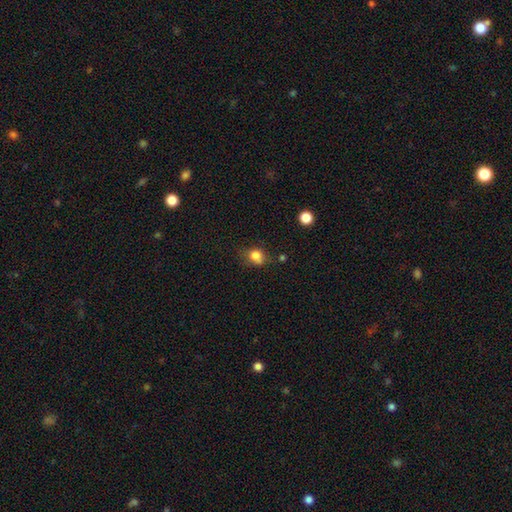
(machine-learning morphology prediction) A smooth galaxy with no disk features (80%) that is in between round and cigar-shaped (50%). Merging: none (54%).